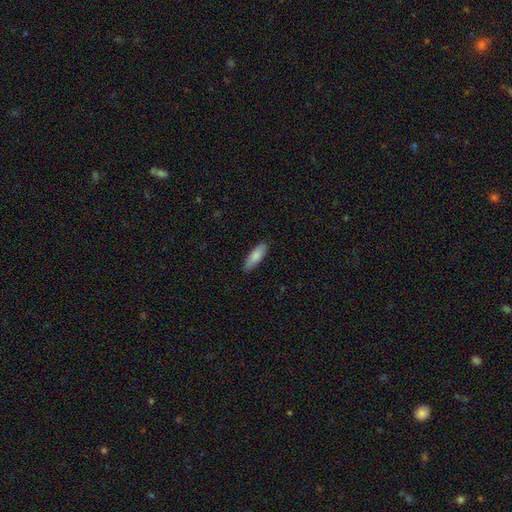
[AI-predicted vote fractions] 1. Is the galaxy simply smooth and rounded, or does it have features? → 84% smooth, 11% featured or disk, 6% star or artifact.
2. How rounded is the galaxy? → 58% in between, 40% cigar-shaped, 2% round.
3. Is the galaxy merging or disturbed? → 85% none, 12% minor disturbance, 2% major disturbance, 1% merger.